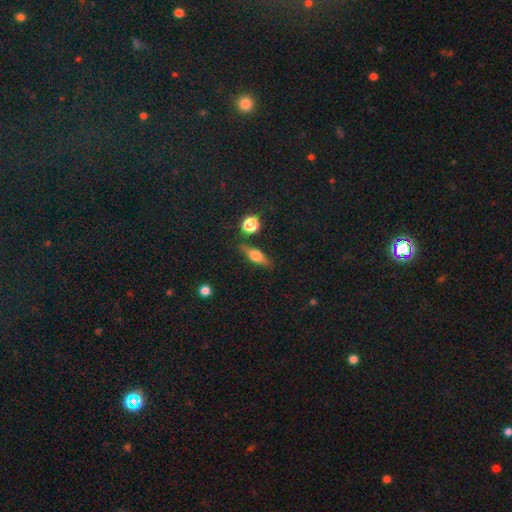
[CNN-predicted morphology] Smooth or featured: smooth — 46% (featured or disk — 45%)
Merging: none — 81% (minor disturbance — 12%)